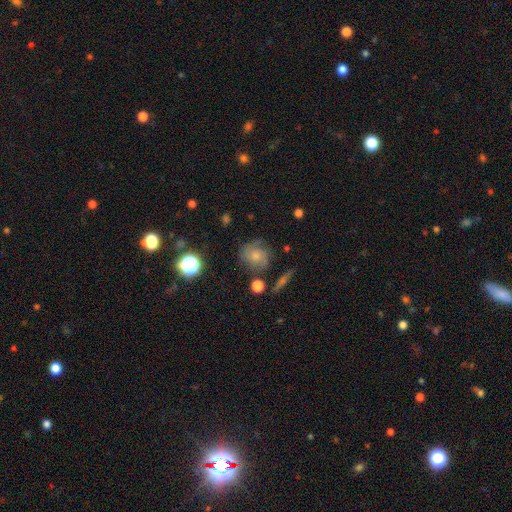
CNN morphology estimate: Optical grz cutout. It shows a smooth galaxy with no disk features (55%) that is round (77%). Merging: none (65%).